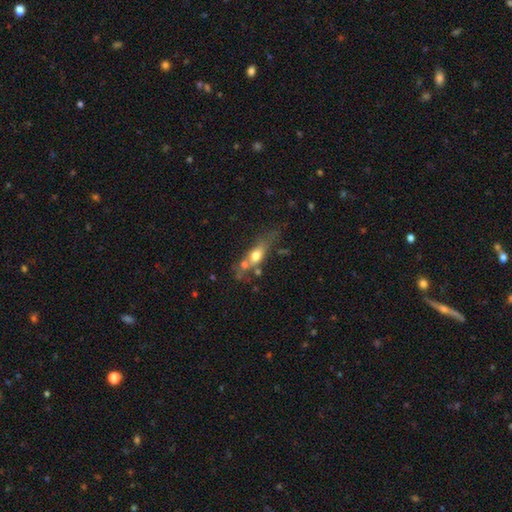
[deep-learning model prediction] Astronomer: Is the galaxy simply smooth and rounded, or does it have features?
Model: smooth — 54% (runner-up: featured or disk, 36%).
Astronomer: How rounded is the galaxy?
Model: in between — 54% (runner-up: cigar-shaped, 33%).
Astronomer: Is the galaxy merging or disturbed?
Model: none — 44% (runner-up: merger, 23%).